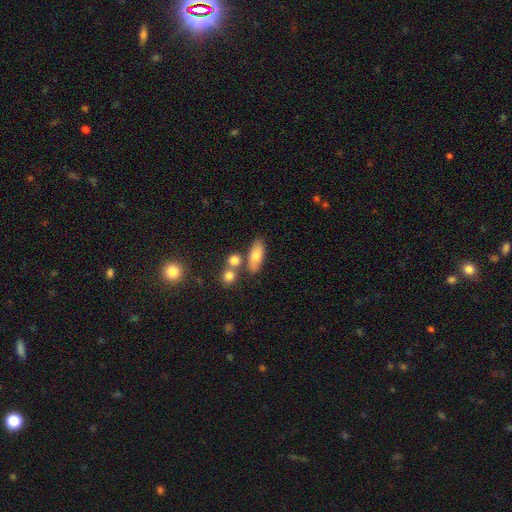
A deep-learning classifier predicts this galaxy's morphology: A smooth galaxy with no disk features (75%) that is in between round and cigar-shaped (75%).

Vote fractions:
- Smooth or featured? smooth: 75% / featured or disk: 17% / star or artifact: 8%
- How rounded? in between: 75% / cigar-shaped: 20% / round: 6%
- Merging? none: 67% / merger: 17% / minor disturbance: 12% / major disturbance: 4%